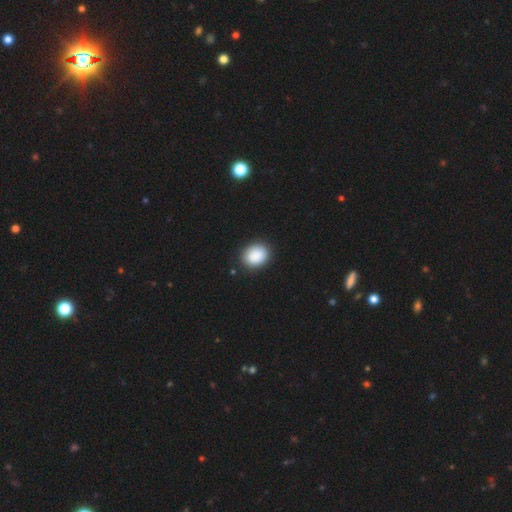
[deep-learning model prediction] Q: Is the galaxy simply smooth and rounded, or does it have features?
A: smooth — 89%.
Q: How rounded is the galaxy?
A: round — 55%.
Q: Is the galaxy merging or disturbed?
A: none — 89%.